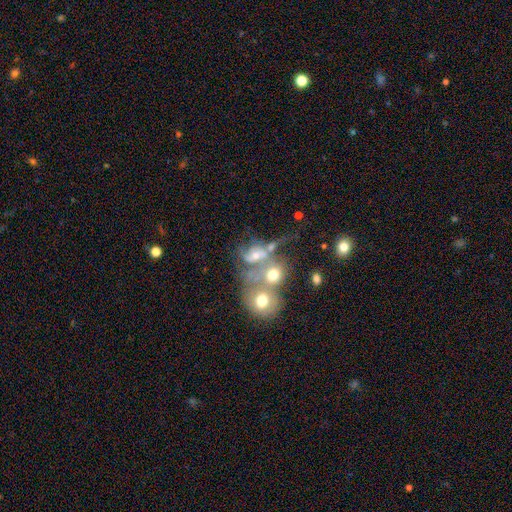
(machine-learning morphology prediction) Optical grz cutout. It shows a featured or disk galaxy (43%). Merging: merger (57%).